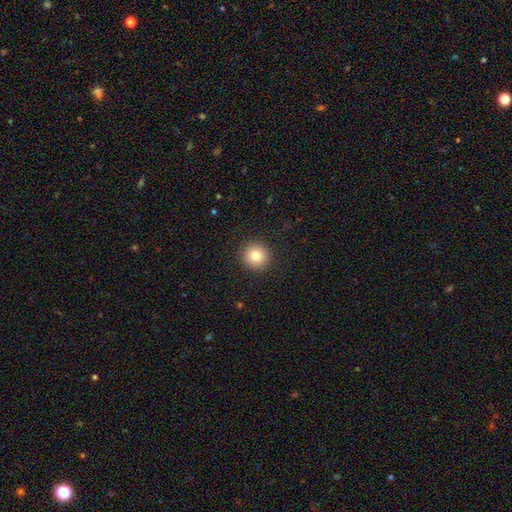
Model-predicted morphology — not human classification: This appears to be a smooth galaxy with no disk features (82%) that is round (93%). Merging: none (91%).